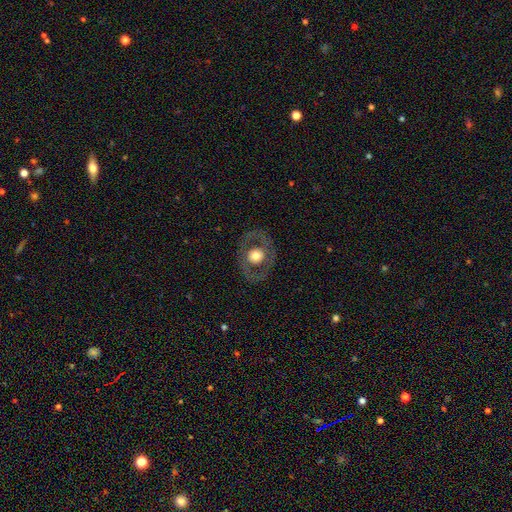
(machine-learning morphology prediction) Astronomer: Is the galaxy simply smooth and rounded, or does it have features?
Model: featured or disk — 52% (runner-up: smooth, 41%).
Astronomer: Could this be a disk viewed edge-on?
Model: no — 94%.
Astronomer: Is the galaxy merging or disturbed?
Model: none — 81%.